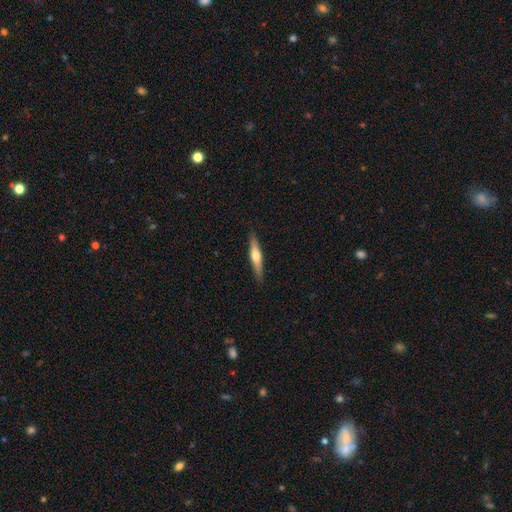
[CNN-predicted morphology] Q: Smooth or featured?
A: featured or disk (48%); runner-up: smooth (46%)
Q: Merging?
A: none (89%); runner-up: minor disturbance (8%)